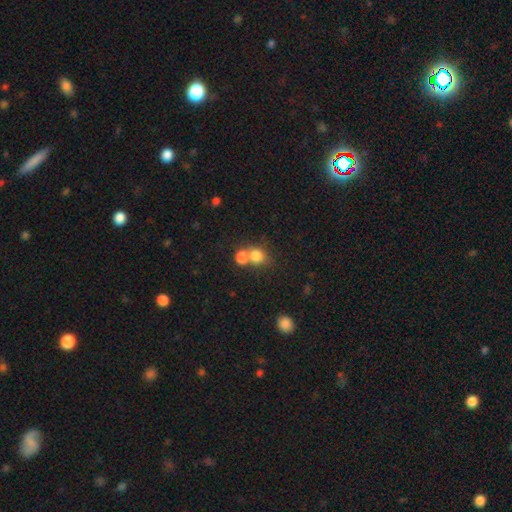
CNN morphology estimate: A smooth galaxy with no disk features (79%) that is round (73%).

Vote fractions:
- Smooth or featured? smooth: 79% / star or artifact: 12% / featured or disk: 9%
- How rounded? round: 73% / in between: 26% / cigar-shaped: 1%
- Merging? merger: 47% / none: 42% / minor disturbance: 8% / major disturbance: 4%